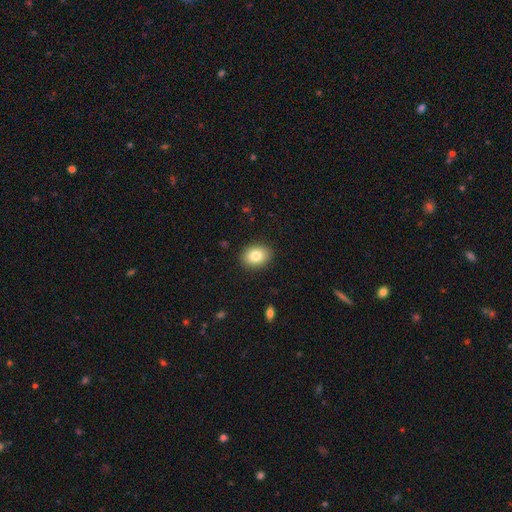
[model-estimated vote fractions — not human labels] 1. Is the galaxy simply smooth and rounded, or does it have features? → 84% smooth, 8% featured or disk, 8% star or artifact.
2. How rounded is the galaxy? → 67% in between, 32% round, 1% cigar-shaped.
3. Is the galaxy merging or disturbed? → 89% none, 8% minor disturbance, 2% major disturbance, 1% merger.